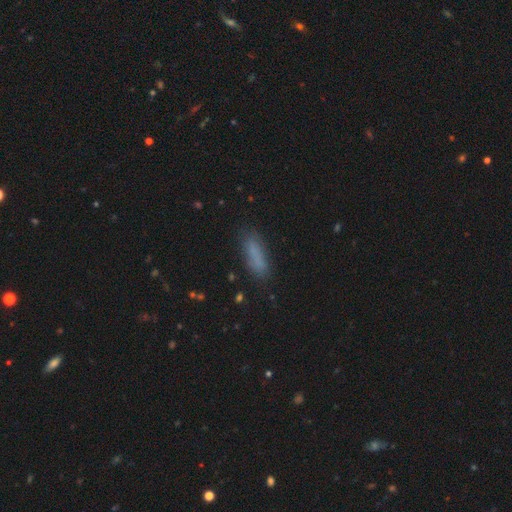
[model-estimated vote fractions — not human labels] smooth 80%, featured or disk 11%, star or artifact 10%. Down the decision tree: how rounded — cigar-shaped (60%); merging — none (79%).